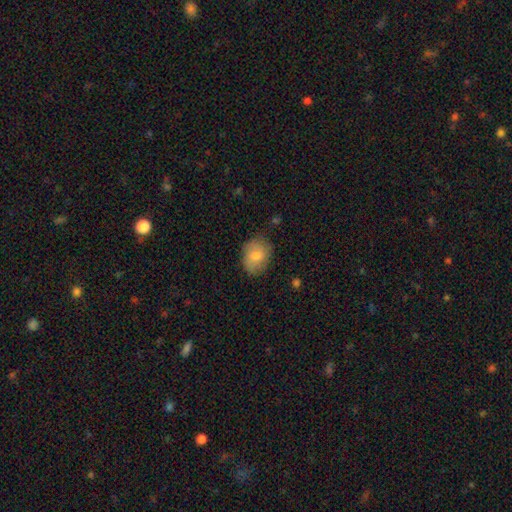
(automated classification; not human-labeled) Overall: smooth (72%). How rounded: in between (57%; round 42%). Merging: none (78%).